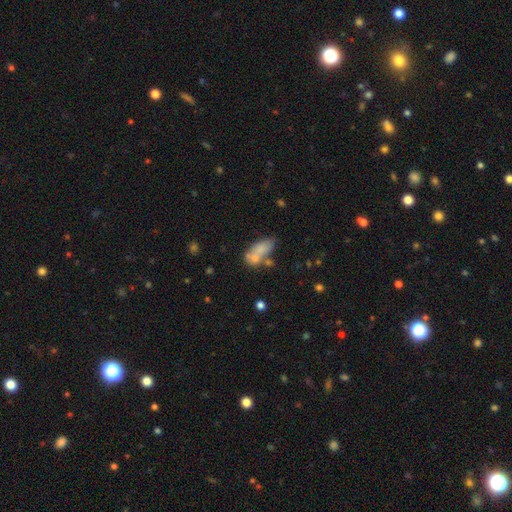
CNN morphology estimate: A smooth galaxy with no disk features (67%) that is in between round and cigar-shaped (82%). Merging: merger (37%).